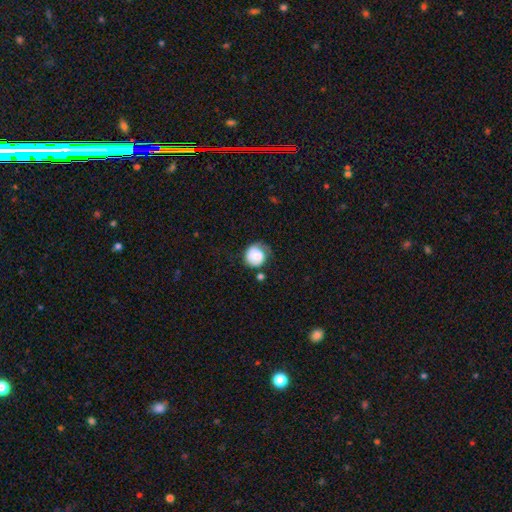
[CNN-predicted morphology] Smooth or featured?
  - smooth: 75% *
  - featured or disk: 17%
  - star or artifact: 8%
How rounded?
  - round: 86% *
  - in between: 13%
  - cigar-shaped: 1%
Merging?
  - none: 47% *
  - minor disturbance: 32%
  - major disturbance: 16%
  - merger: 5%